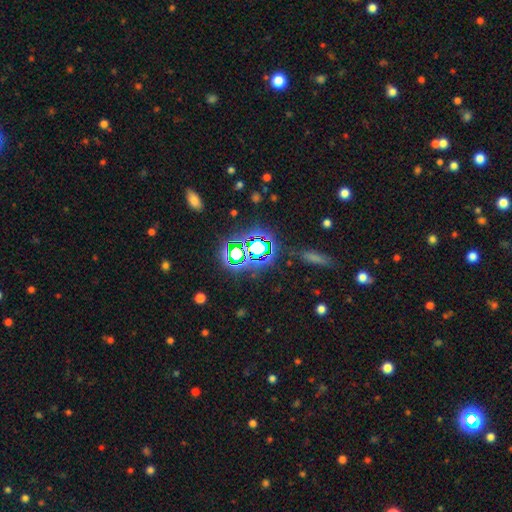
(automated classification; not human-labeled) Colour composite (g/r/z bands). It shows a star or artifact, not a galaxy (76%).